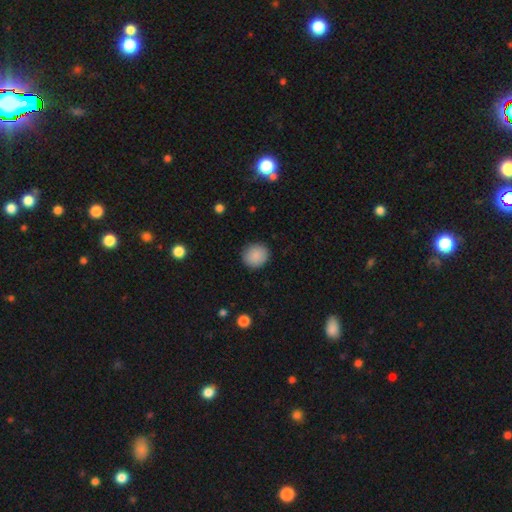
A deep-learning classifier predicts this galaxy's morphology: type=smooth (89%); roundness=round (85%); merging=none (90%).